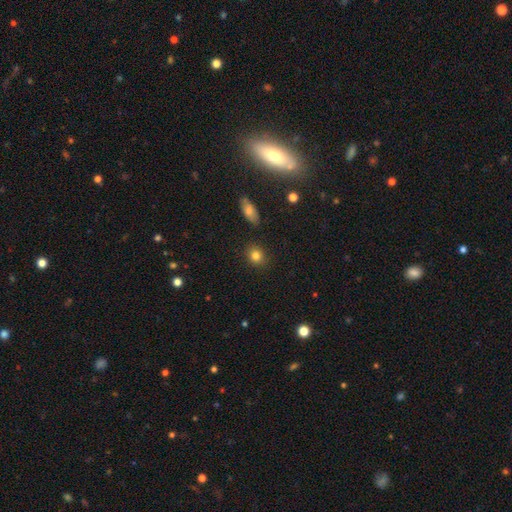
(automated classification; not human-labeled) A smooth galaxy with no disk features (83%) that is round (72%). Merging: none (87%).